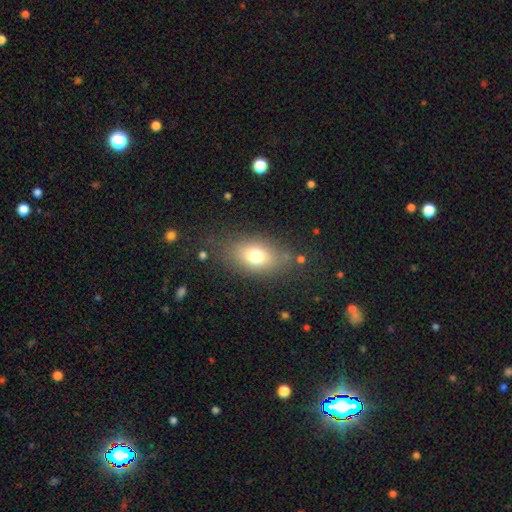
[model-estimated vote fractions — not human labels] Q: Smooth or featured?
A: smooth (73%); runner-up: featured or disk (15%)
Q: How rounded?
A: in between (80%); runner-up: round (17%)
Q: Merging?
A: none (76%); runner-up: minor disturbance (14%)